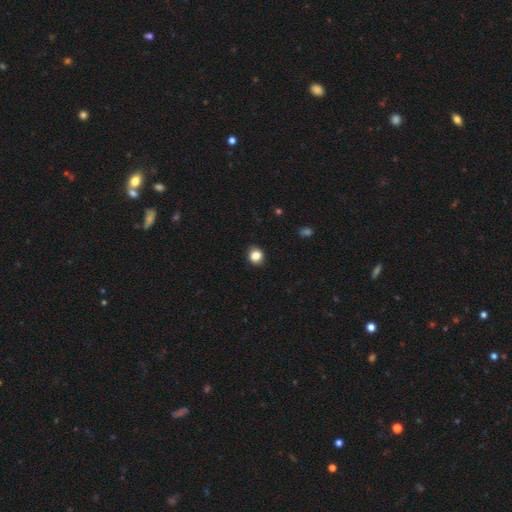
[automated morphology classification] type=smooth (85%); roundness=round (76%); merging=none (89%).